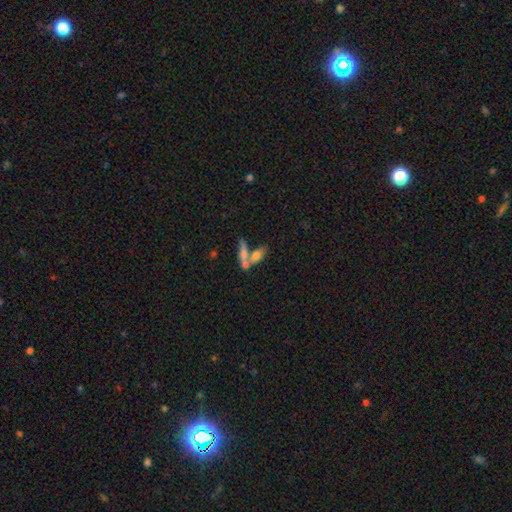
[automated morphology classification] The model was most divided on "merging": merger: 55%, none: 30%, minor disturbance: 8%, major disturbance: 6%. More confident: smooth or featured — smooth (64%); how rounded — in between (64%).